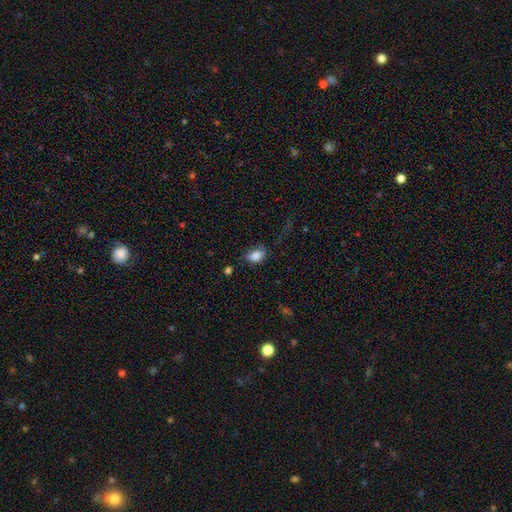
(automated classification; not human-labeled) The model was most divided on "merging": none: 52%, minor disturbance: 30%, major disturbance: 15%, merger: 3%. More confident: smooth or featured — smooth (82%); how rounded — in between (80%).